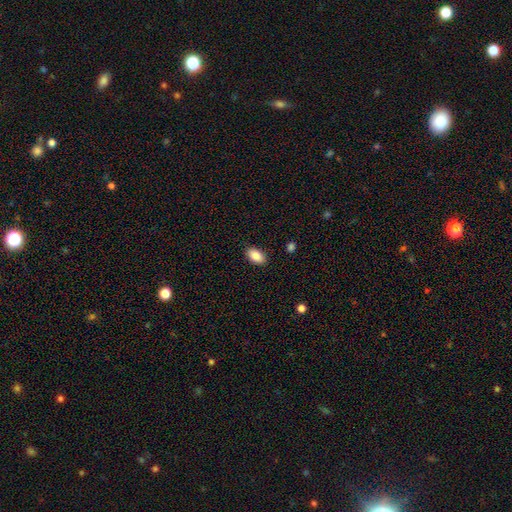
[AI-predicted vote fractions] Smooth or featured? Predicted: smooth (p=0.87). How rounded? Predicted: in between (p=0.93). Merging? Predicted: none (p=0.88).